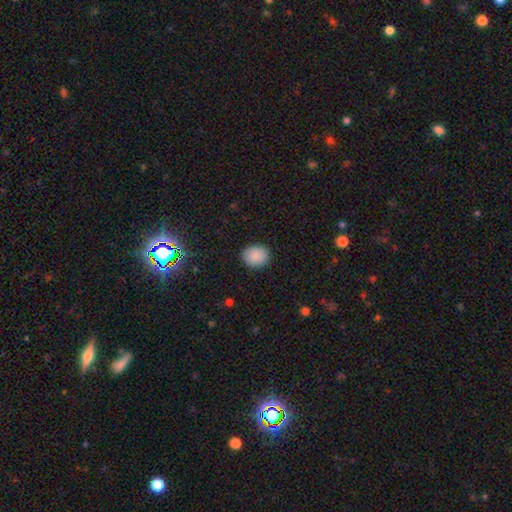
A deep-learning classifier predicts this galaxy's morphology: A smooth galaxy with no disk features (89%) that is round (65%). Merging: none (89%).